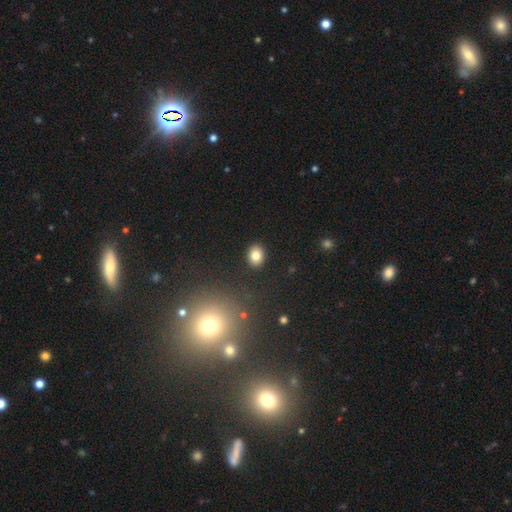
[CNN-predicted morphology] This appears to be a smooth galaxy with no disk features (82%) that is round (52%). Merging: none (90%).